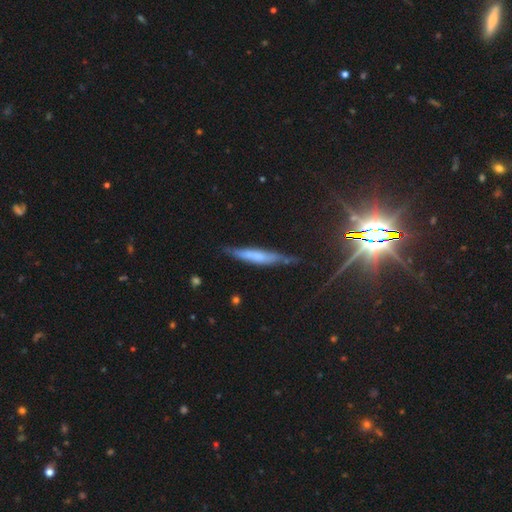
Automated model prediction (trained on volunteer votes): Smooth or featured? featured or disk (43%)
Merging? none (70%)